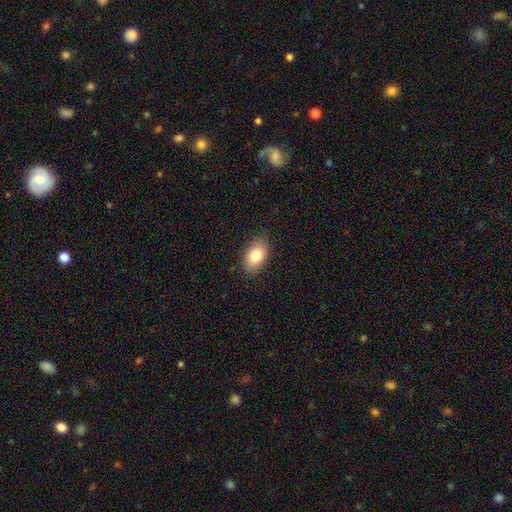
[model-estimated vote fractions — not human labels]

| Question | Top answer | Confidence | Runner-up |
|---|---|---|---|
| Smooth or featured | smooth | 81% | featured or disk (12%) |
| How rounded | in between | 90% | round (9%) |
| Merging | none | 84% | minor disturbance (13%) |